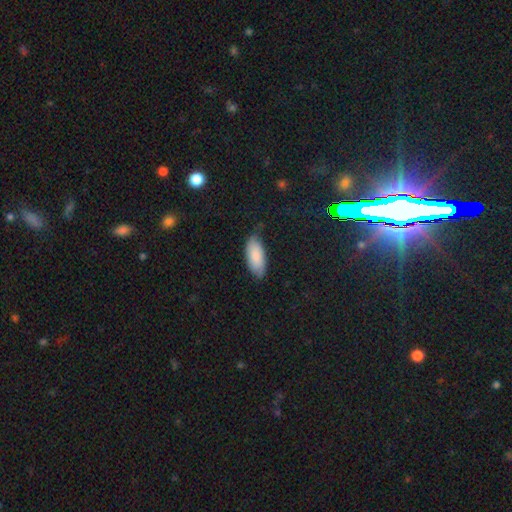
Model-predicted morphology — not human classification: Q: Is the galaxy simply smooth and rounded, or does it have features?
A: smooth — 86%.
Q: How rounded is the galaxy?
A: in between — 88%.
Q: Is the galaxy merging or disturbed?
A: none — 74%.